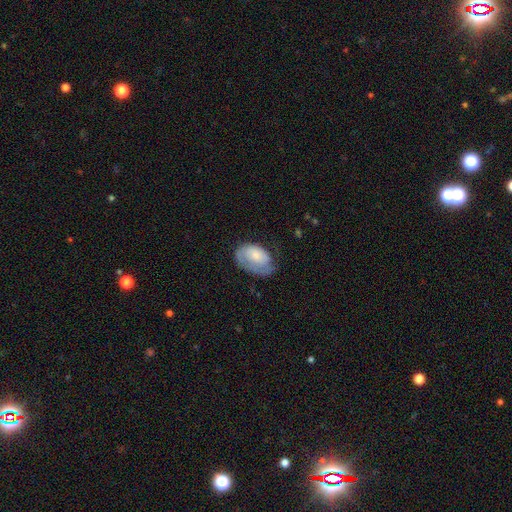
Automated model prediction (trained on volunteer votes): Smooth or featured? smooth (55%)
How rounded? in between (89%)
Merging? none (44%)